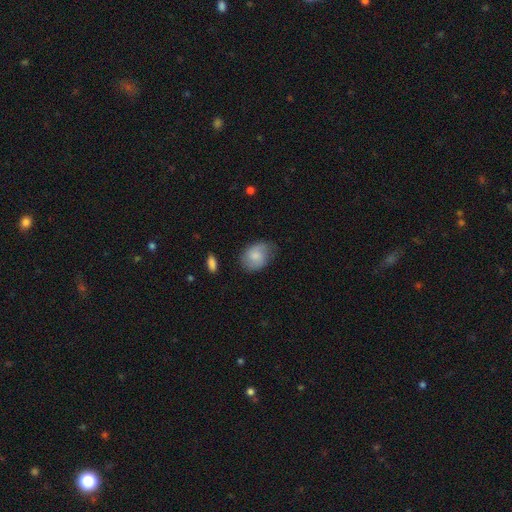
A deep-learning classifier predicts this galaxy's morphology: Overall: smooth (64%; featured or disk 29%). How rounded: in between (65%; round 34%). Merging: none (63%; minor disturbance 28%).